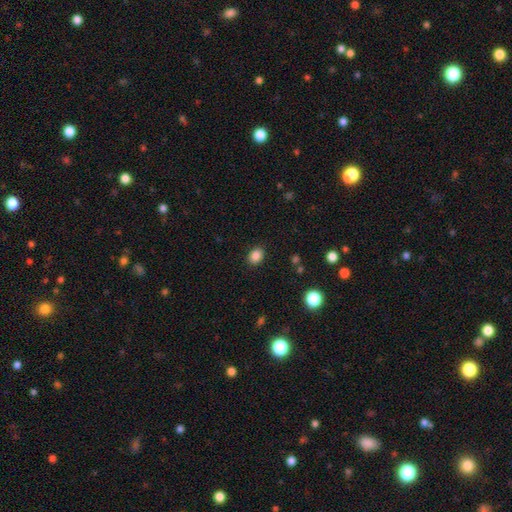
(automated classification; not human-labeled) Smooth or featured?
  - smooth: 86% *
  - star or artifact: 10%
  - featured or disk: 4%
How rounded?
  - in between: 59% *
  - round: 40%
  - cigar-shaped: 1%
Merging?
  - none: 88% *
  - minor disturbance: 8%
  - major disturbance: 2%
  - merger: 1%